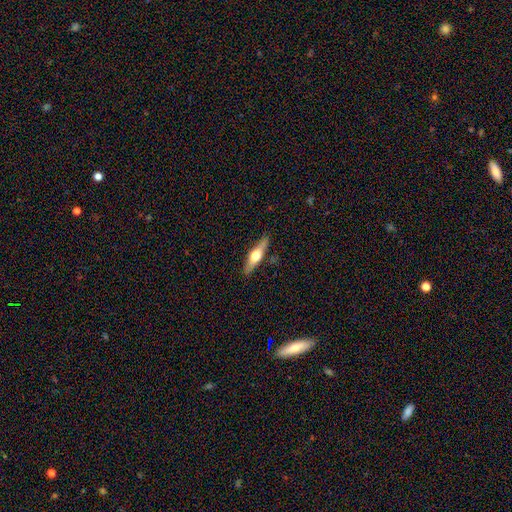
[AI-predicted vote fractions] This appears to be a featured or disk galaxy (55%) viewed edge-on (93%) with a rounded central bulge (94%). Merging: none (88%).